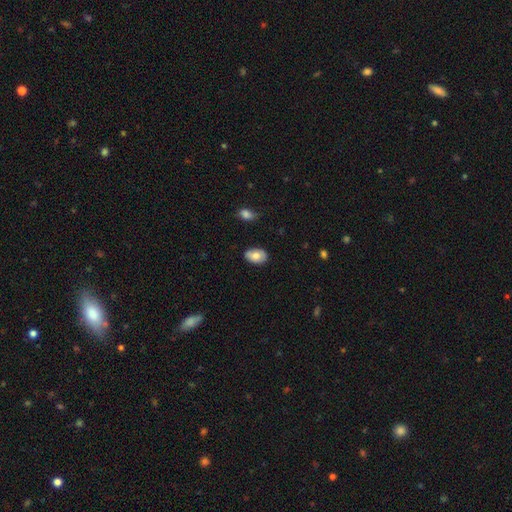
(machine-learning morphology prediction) This is likely a smooth galaxy (75%). How rounded: clearly in between (88%). Merging: clearly none (80%).